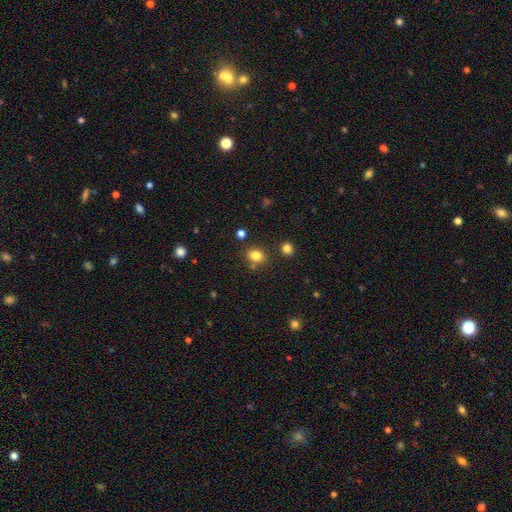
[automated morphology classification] Smooth or featured: smooth — 81% (star or artifact — 13%)
How rounded: round — 65% (in between — 34%)
Merging: none — 77% (minor disturbance — 11%)